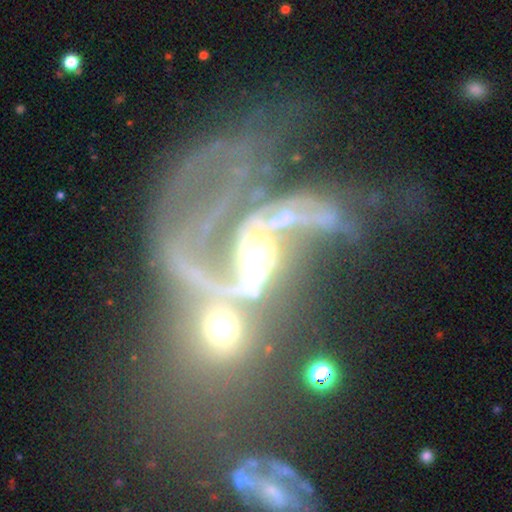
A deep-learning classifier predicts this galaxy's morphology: featured or disk 75%, star or artifact 14%, smooth 11%. Down the decision tree: edge-on disk — no (95%); bar — no (59%); spiral arms — yes (66%); bulge size — moderate (47%); merging — merger (67%).